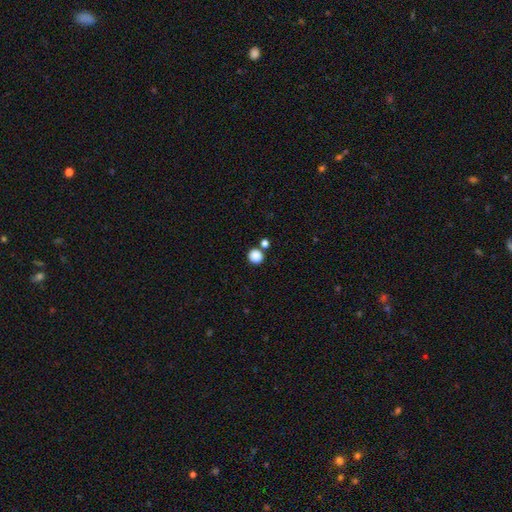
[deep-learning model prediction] Smooth or featured? Predicted: smooth (p=0.87). How rounded? Predicted: round (p=0.92). Merging? Predicted: none (p=0.78).